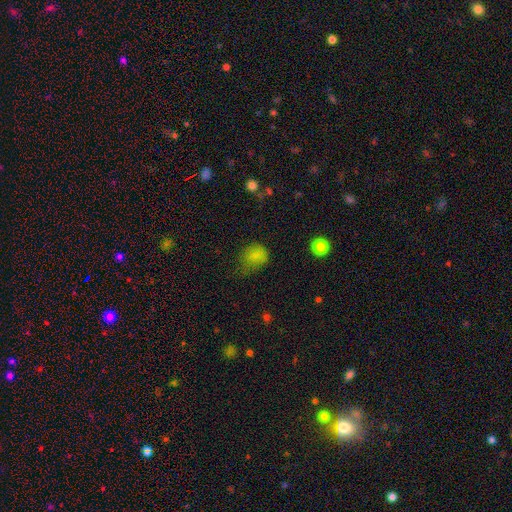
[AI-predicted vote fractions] This is likely a smooth galaxy (76%). How rounded: possibly round (56%). Merging: marginally none (44%).